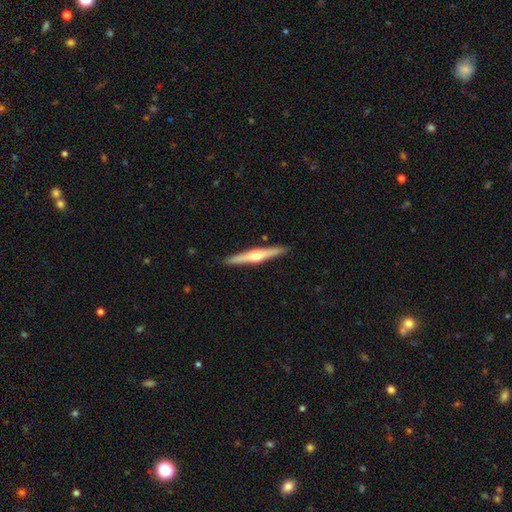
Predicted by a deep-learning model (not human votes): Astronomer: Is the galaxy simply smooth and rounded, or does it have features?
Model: featured or disk — 67%.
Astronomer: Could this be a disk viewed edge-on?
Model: yes — 97%.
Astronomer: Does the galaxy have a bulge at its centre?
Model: rounded — 90%.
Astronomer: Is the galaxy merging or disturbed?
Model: none — 91%.